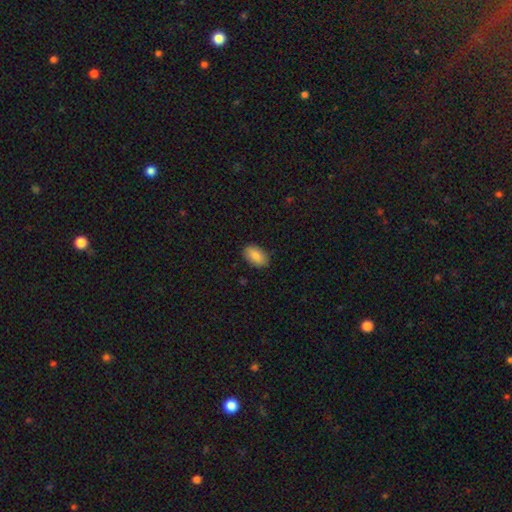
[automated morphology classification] smooth-or-featured: smooth: 86% | featured or disk: 8% | star or artifact: 7%
  how-rounded: in between: 93% | round: 5% | cigar-shaped: 2%
  merging: none: 86% | minor disturbance: 11% | major disturbance: 2% | merger: 1%